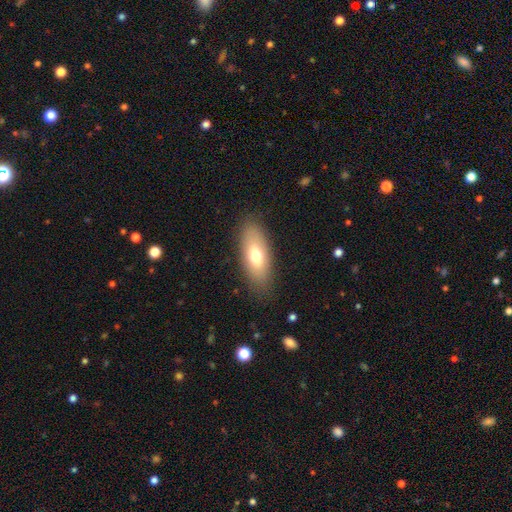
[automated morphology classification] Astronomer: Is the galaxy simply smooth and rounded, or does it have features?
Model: smooth — 69%.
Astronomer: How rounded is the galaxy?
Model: in between — 80%.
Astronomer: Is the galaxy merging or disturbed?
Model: none — 85%.